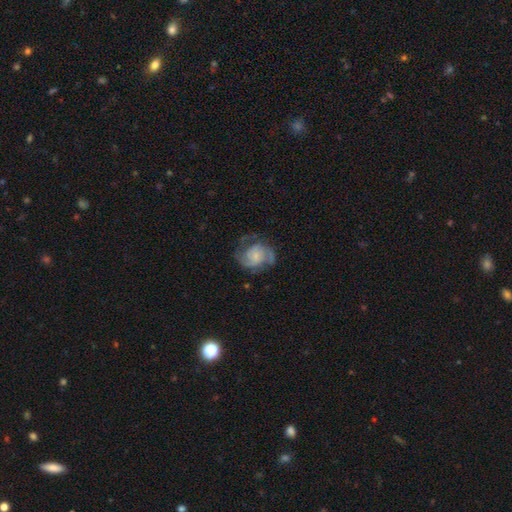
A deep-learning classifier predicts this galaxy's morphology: Smooth or featured?
  - featured or disk: 79% *
  - smooth: 15%
  - star or artifact: 6%
Edge-on disk?
  - no: 98% *
  - yes: 2%
Bar?
  - no: 65% *
  - weak: 30%
  - strong: 5%
Spiral arms?
  - yes: 94% *
  - no: 6%
Spiral winding?
  - medium: 49% *
  - tight: 31%
  - loose: 20%
Spiral arm count?
  - 2: 67% *
  - 3: 13%
  - can't tell: 11%
  - 1: 4%
  - 4: 3%
  - more than 4: 3%
Bulge size?
  - small: 54% *
  - none: 23%
  - moderate: 17%
  - large: 4%
  - dominant: 2%
Merging?
  - none: 59% *
  - minor disturbance: 22%
  - major disturbance: 17%
  - merger: 2%